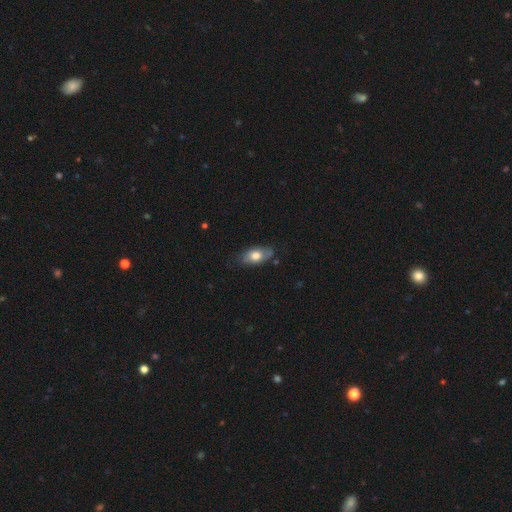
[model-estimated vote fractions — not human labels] smooth-or-featured: smooth: 69% | featured or disk: 24% | star or artifact: 6%
  how-rounded: in between: 90% | round: 6% | cigar-shaped: 4%
  merging: none: 74% | minor disturbance: 21% | major disturbance: 4% | merger: 2%